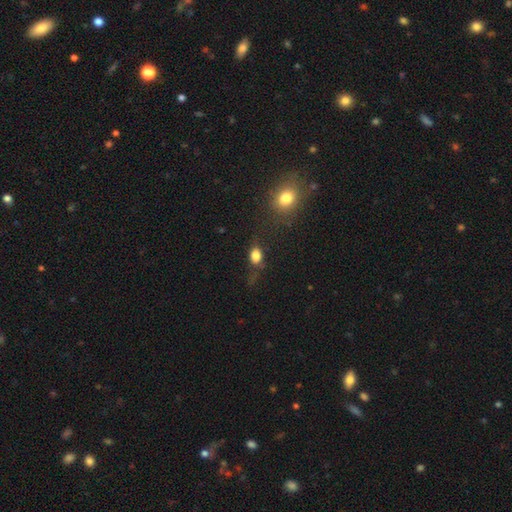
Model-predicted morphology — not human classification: smooth-or-featured: smooth: 79% | star or artifact: 12% | featured or disk: 9%
  how-rounded: in between: 69% | round: 28% | cigar-shaped: 4%
  merging: none: 54% | minor disturbance: 24% | major disturbance: 17% | merger: 5%